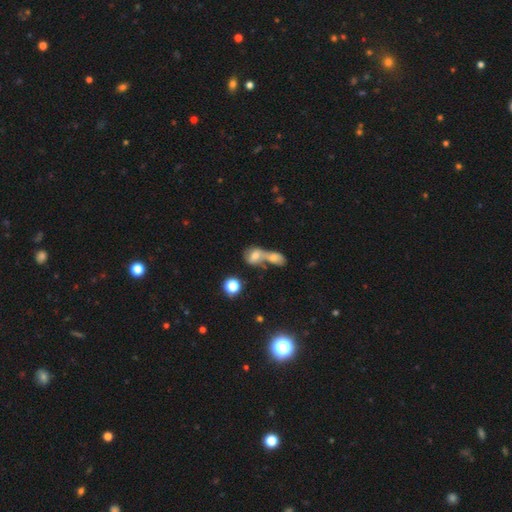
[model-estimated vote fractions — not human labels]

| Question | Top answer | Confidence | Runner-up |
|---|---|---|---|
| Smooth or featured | smooth | 63% | featured or disk (24%) |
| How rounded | in between | 55% | round (40%) |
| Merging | merger | 70% | none (19%) |